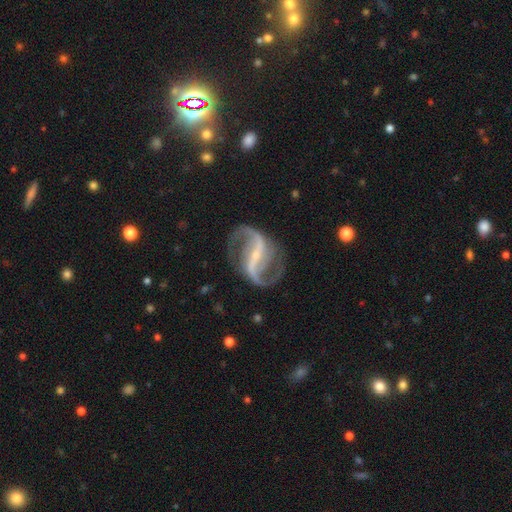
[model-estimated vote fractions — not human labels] This appears to be a featured or disk galaxy (92%) with a strong bar (67%), 2 (92%) loose (47%) spiral arms (98%) and a small central bulge (77%). Merging: none (79%).